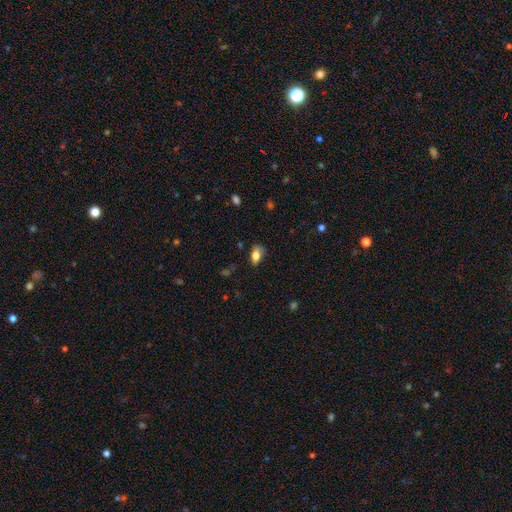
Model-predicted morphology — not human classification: The model was most divided on "merging": none: 60%, minor disturbance: 28%, major disturbance: 9%, merger: 3%. More confident: how rounded — in between (87%); smooth or featured — smooth (77%).